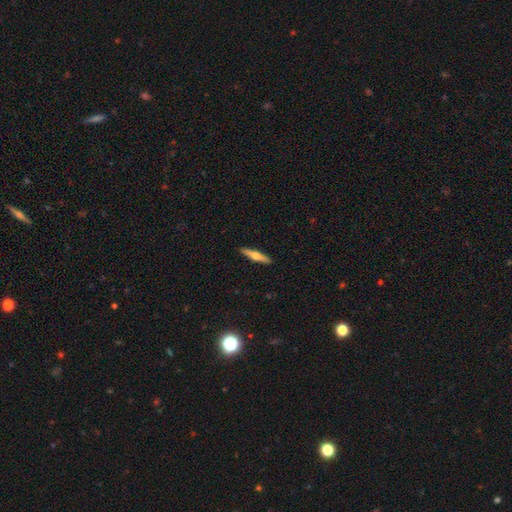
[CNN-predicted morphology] smooth_or_featured: featured or disk (p=0.57) [alt: smooth p=0.37]
disk_edge_on: yes (p=0.97) [alt: no p=0.03]
edge_on_bulge: rounded (p=0.92) [alt: boxy p=0.04]
merging: none (p=0.92) [alt: minor disturbance p=0.06]